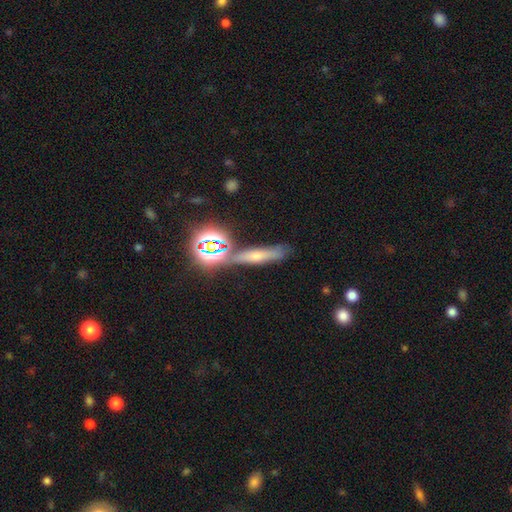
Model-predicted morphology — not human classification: Smooth or featured? smooth (39%)
Merging? none (72%)